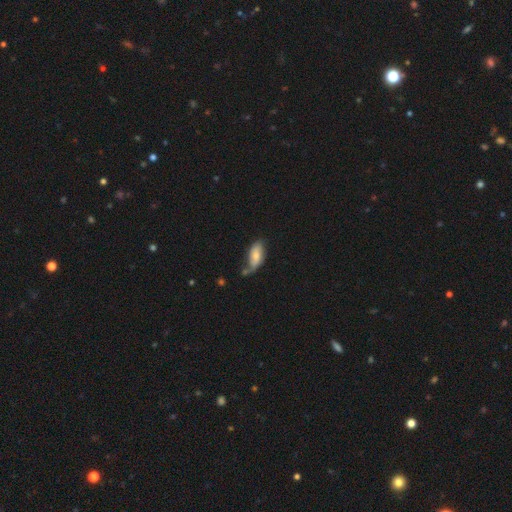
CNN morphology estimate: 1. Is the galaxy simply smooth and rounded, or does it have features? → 60% smooth, 33% featured or disk, 7% star or artifact.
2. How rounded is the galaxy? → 89% in between, 8% cigar-shaped, 3% round.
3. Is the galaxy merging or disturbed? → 42% none, 30% minor disturbance, 15% major disturbance, 13% merger.